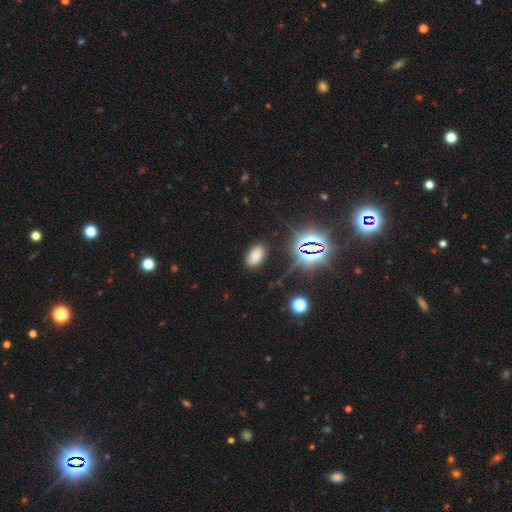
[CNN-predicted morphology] smooth-or-featured: smooth: 71% | star or artifact: 23% | featured or disk: 6%
  how-rounded: in between: 93% | round: 5% | cigar-shaped: 2%
  merging: none: 86% | minor disturbance: 10% | major disturbance: 3% | merger: 1%